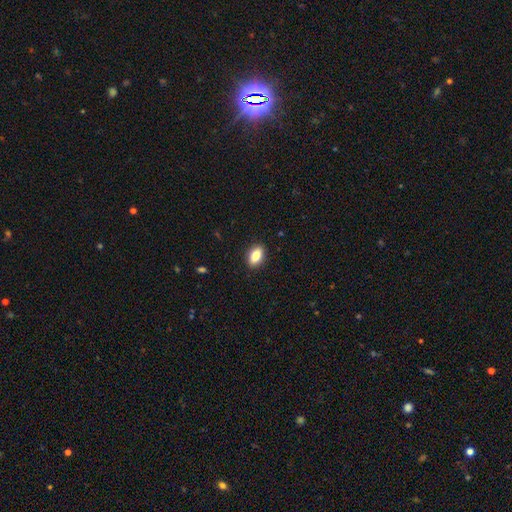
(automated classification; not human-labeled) Smooth or featured? smooth (84%)
How rounded? in between (88%)
Merging? none (89%)